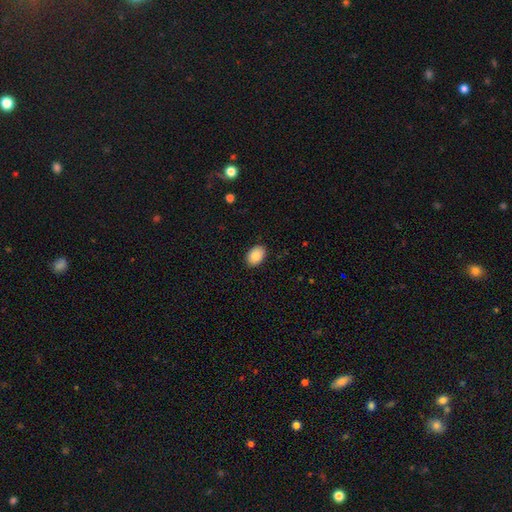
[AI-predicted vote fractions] smooth-or-featured: smooth: 89% | star or artifact: 7% | featured or disk: 4%
  how-rounded: in between: 86% | round: 13% | cigar-shaped: 1%
  merging: none: 89% | minor disturbance: 8% | major disturbance: 2% | merger: 1%